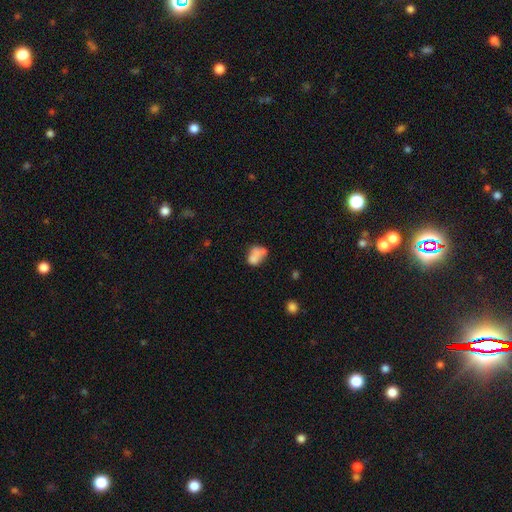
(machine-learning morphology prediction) The model was most divided on "merging": merger: 38%, none: 31%, minor disturbance: 19%, major disturbance: 12%. More confident: how rounded — in between (72%); smooth or featured — smooth (67%).